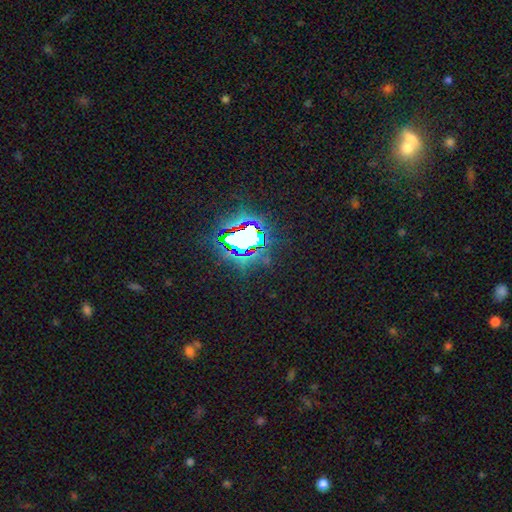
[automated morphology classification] type=star or artifact (81%).